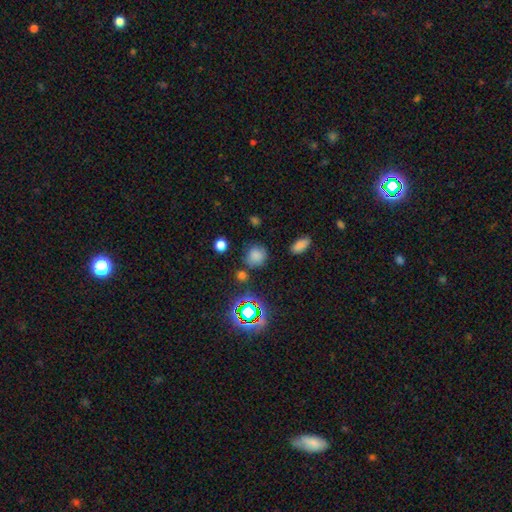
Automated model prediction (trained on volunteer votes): Smooth or featured: smooth — 74% (star or artifact — 20%)
How rounded: round — 84% (in between — 15%)
Merging: none — 75% (minor disturbance — 14%)